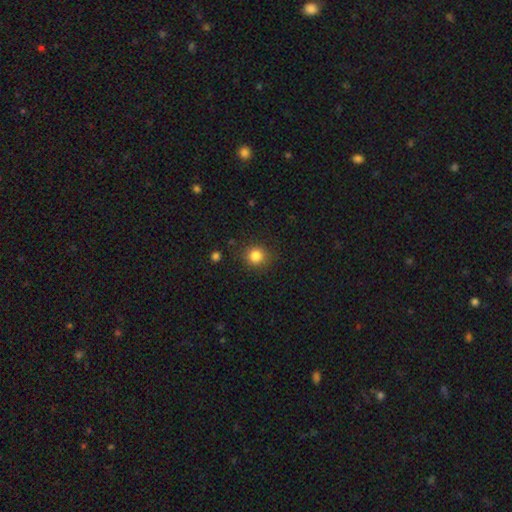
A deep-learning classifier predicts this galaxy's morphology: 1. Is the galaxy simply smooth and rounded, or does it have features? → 84% smooth, 11% star or artifact, 5% featured or disk.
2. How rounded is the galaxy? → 89% round, 10% in between, 1% cigar-shaped.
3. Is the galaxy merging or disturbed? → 86% none, 9% minor disturbance, 3% major disturbance, 2% merger.